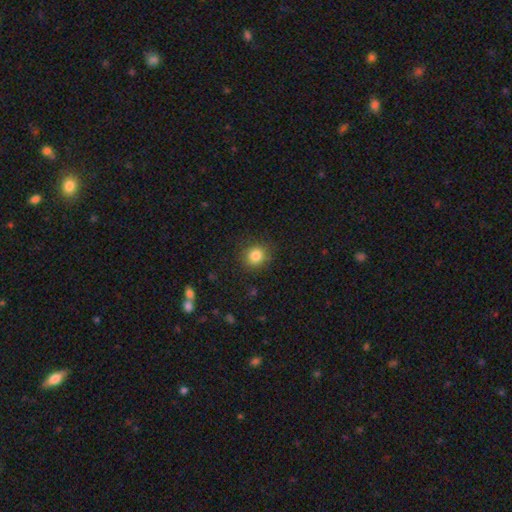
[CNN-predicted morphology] smooth 84%, star or artifact 11%, featured or disk 5%. Down the decision tree: how rounded — round (87%); merging — none (87%).